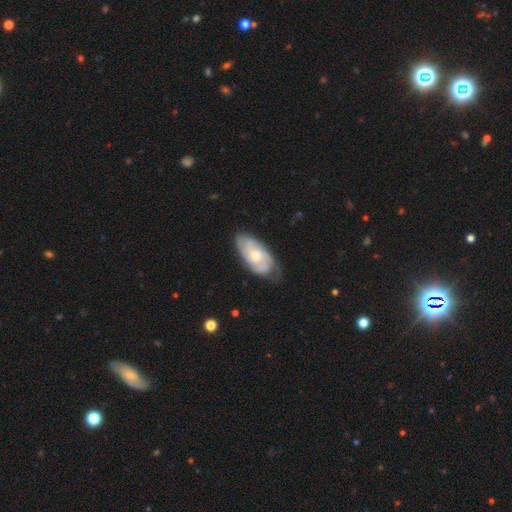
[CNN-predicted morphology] smooth-or-featured: featured or disk: 66% | smooth: 29% | star or artifact: 5%
  disk-edge-on: no: 94% | yes: 6%
    bar: no: 74% | weak: 23% | strong: 3%
    has-spiral-arms: yes: 88% | no: 12%
      spiral-winding: tight: 52% | medium: 37% | loose: 11%
      spiral-arm-count: can't tell: 39% | 2: 24% | 3: 21% | 4: 9% | 1: 4% | more than 4: 3%
    bulge-size: moderate: 49% | small: 45% | large: 3% | none: 2% | dominant: 1%
  merging: none: 66% | minor disturbance: 26% | major disturbance: 6% | merger: 1%